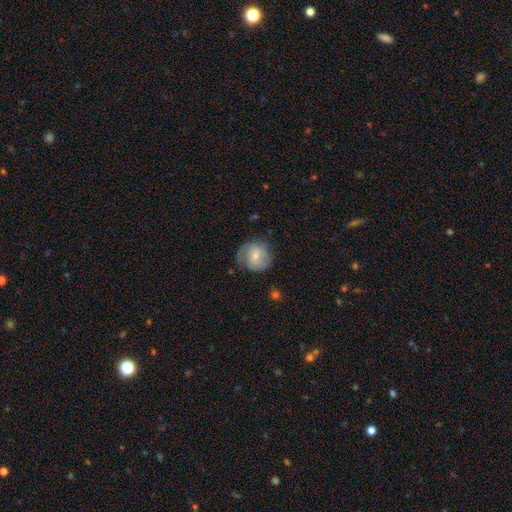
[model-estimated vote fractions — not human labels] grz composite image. It shows a featured or disk galaxy (53%) with a weak bar (46%), spiral arms (84%) and a small central bulge (57%). Merging: none (65%).